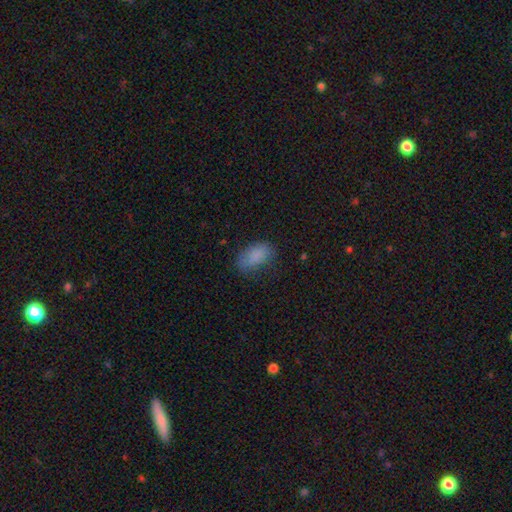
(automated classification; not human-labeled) smooth_or_featured: smooth (p=0.83) [alt: star or artifact p=0.09]
how_rounded: in between (p=0.92) [alt: round p=0.05]
merging: none (p=0.64) [alt: minor disturbance p=0.25]